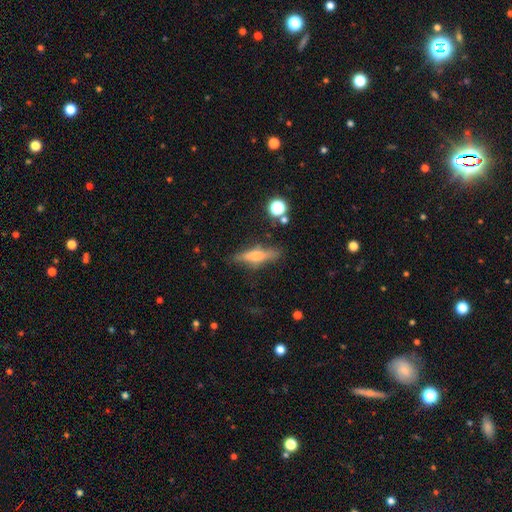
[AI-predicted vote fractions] smooth-or-featured: smooth: 51% | featured or disk: 40% | star or artifact: 9%
  how-rounded: cigar-shaped: 72% | in between: 24% | round: 3%
  merging: none: 77% | minor disturbance: 16% | major disturbance: 5% | merger: 3%